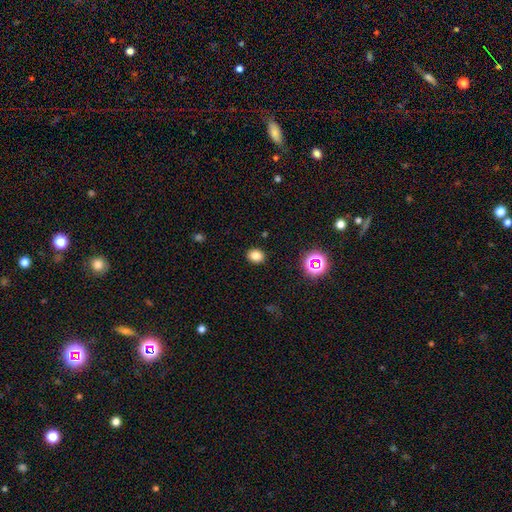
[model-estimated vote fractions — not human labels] Smooth or featured: smooth — 81% (star or artifact — 14%)
How rounded: round — 58% (in between — 42%)
Merging: none — 90% (minor disturbance — 7%)